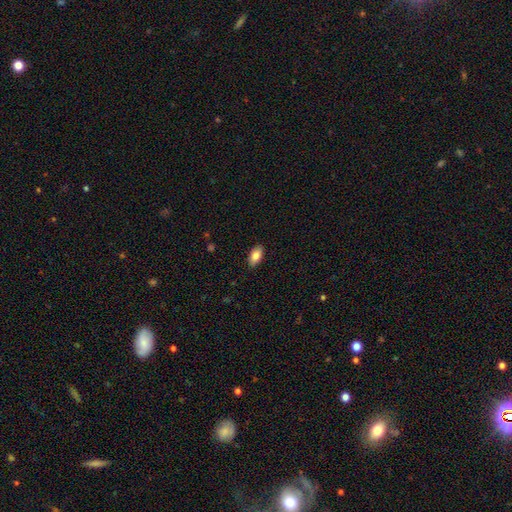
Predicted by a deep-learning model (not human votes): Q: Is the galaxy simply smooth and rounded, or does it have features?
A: smooth — 84%.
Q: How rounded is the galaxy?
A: in between — 93%.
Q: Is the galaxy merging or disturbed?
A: none — 89%.